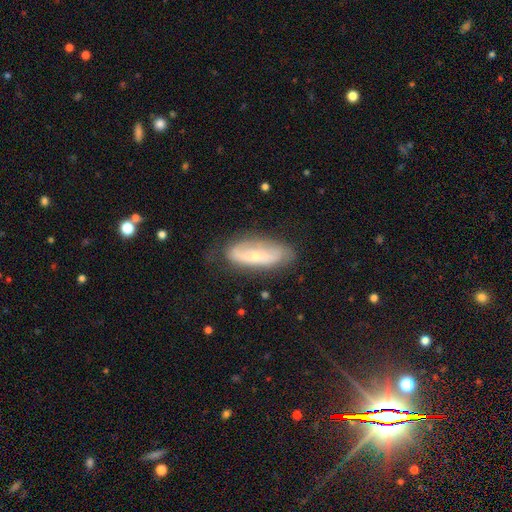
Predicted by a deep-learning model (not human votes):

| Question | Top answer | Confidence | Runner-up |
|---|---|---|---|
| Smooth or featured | featured or disk | 55% | smooth (38%) |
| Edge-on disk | no | 77% | yes (23%) |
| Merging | none | 65% | minor disturbance (24%) |